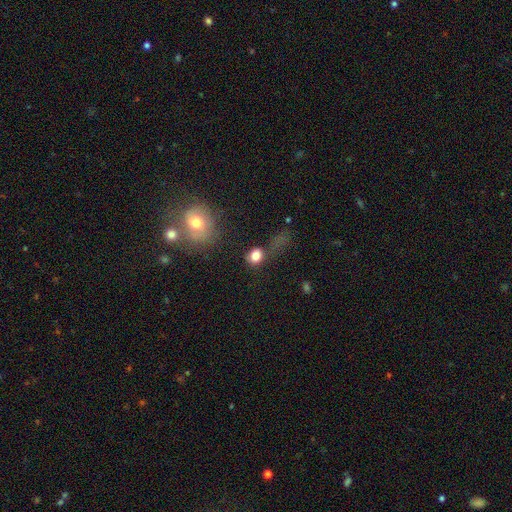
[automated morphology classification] This appears to be a smooth galaxy with no disk features (80%) that is round (66%). Merging: none (55%).